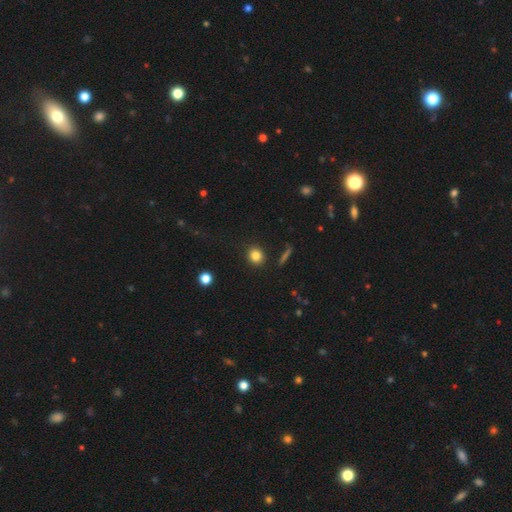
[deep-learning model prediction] Smooth or featured: smooth — 83% (star or artifact — 11%)
How rounded: round — 85% (in between — 14%)
Merging: none — 89% (minor disturbance — 7%)